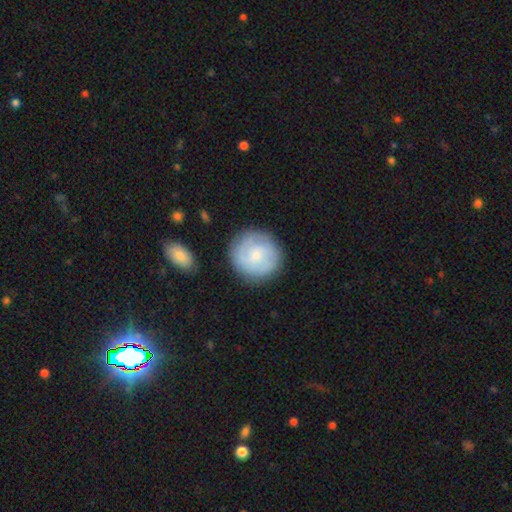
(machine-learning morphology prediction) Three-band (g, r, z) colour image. It shows a smooth galaxy with no disk features (51%) that is round (92%). Merging: none (81%).